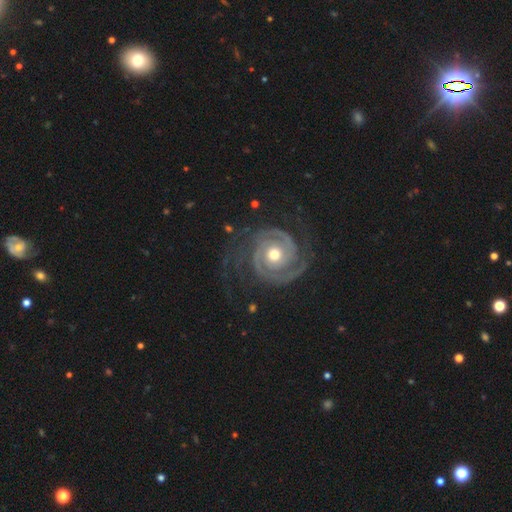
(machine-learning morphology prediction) Smooth or featured?
  - featured or disk: 83% *
  - star or artifact: 10%
  - smooth: 8%
Edge-on disk?
  - no: 97% *
  - yes: 3%
Bar?
  - no: 66% *
  - weak: 24%
  - strong: 9%
Spiral arms?
  - yes: 95% *
  - no: 5%
Spiral winding?
  - tight: 67% *
  - medium: 27%
  - loose: 6%
Spiral arm count?
  - 2: 57% *
  - can't tell: 14%
  - 3: 12%
  - 1: 6%
  - 4: 5%
  - more than 4: 5%
Bulge size?
  - moderate: 59% *
  - small: 31%
  - large: 7%
  - dominant: 2%
  - none: 1%
Merging?
  - none: 79% *
  - minor disturbance: 12%
  - major disturbance: 8%
  - merger: 2%